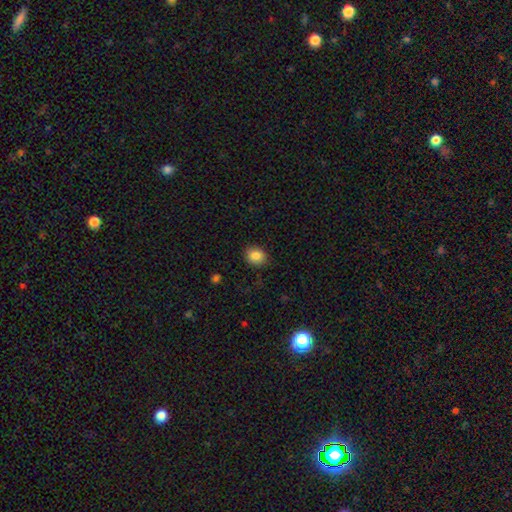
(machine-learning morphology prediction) type=smooth (85%); roundness=round (61%); merging=none (88%).